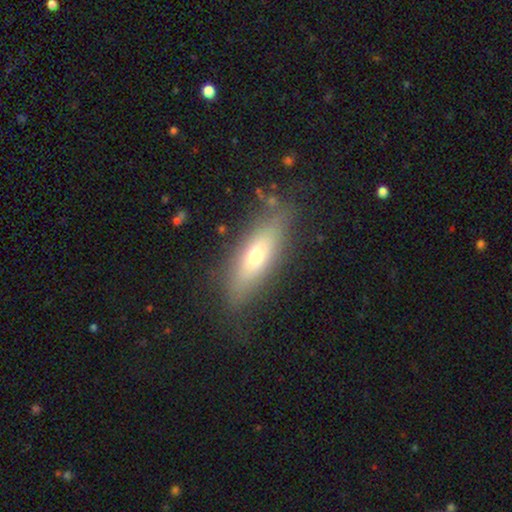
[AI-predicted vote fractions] Smooth or featured: smooth — 55% (featured or disk — 37%)
How rounded: cigar-shaped — 49% (in between — 48%)
Merging: none — 80% (minor disturbance — 14%)